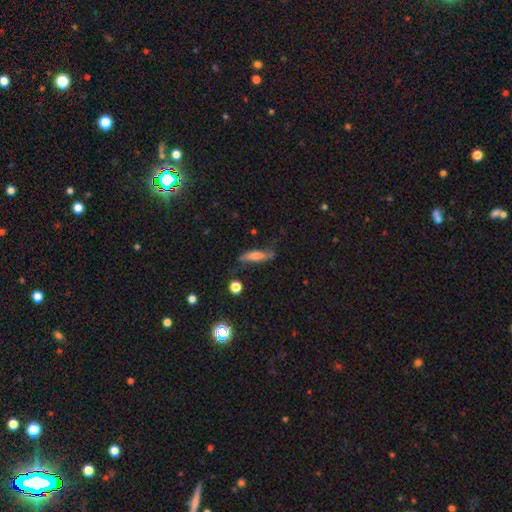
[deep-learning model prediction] A featured or disk galaxy (45%, tied with smooth).

Vote fractions:
- Smooth or featured? featured or disk: 45% (tied) / smooth: 45% (tied) / star or artifact: 10%
- Merging? none: 61% / minor disturbance: 25% / major disturbance: 10% / merger: 3%